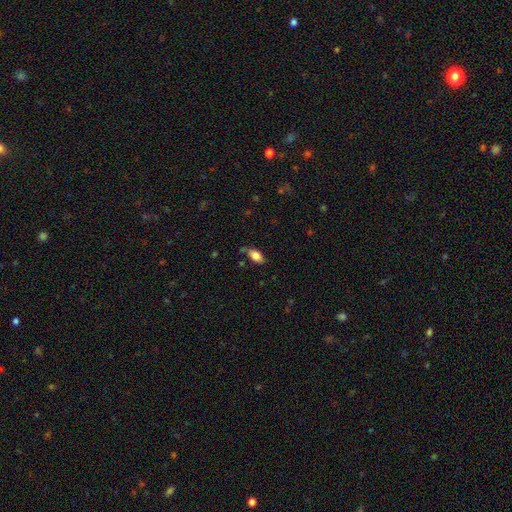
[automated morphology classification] Smooth or featured: smooth — 82% (featured or disk — 10%)
How rounded: in between — 91% (cigar-shaped — 4%)
Merging: none — 72% (minor disturbance — 19%)